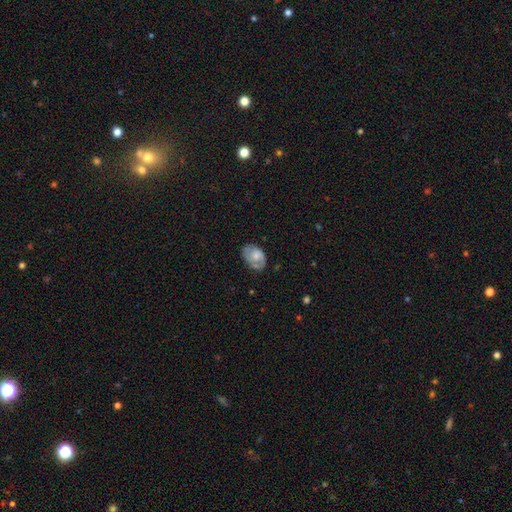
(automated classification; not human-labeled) This is possibly a featured or disk galaxy (53%). It is clearly not viewed edge-on (96%). Bar: likely no (76%). Spiral arm pattern: likely yes (71%). Central bulge: possibly moderate (48%). Merging: likely none (66%).